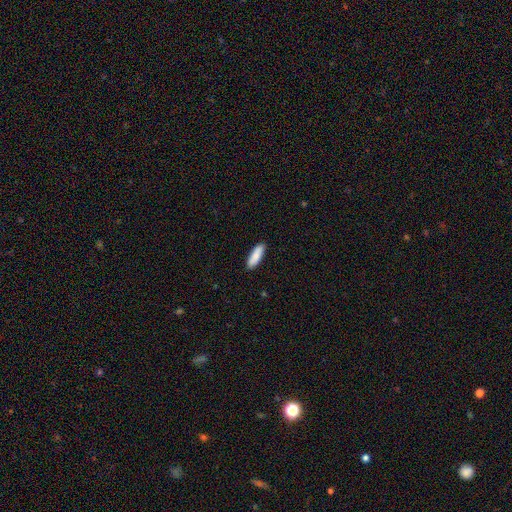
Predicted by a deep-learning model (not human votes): Overall: smooth (88%). How rounded: cigar-shaped (51%; in between 47%). Merging: none (89%).